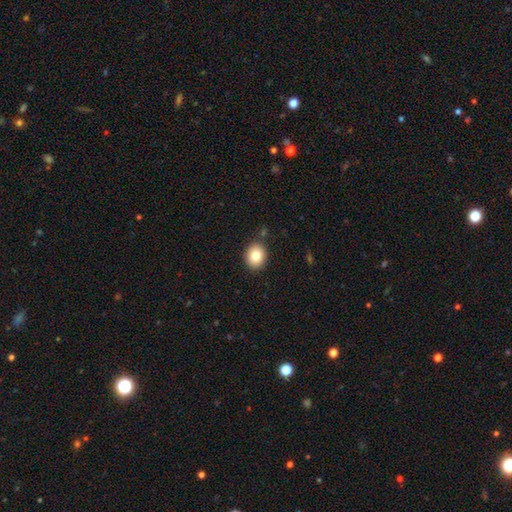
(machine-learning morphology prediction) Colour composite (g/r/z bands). It shows a smooth galaxy with no disk features (81%) that is round (63%). Merging: none (88%).